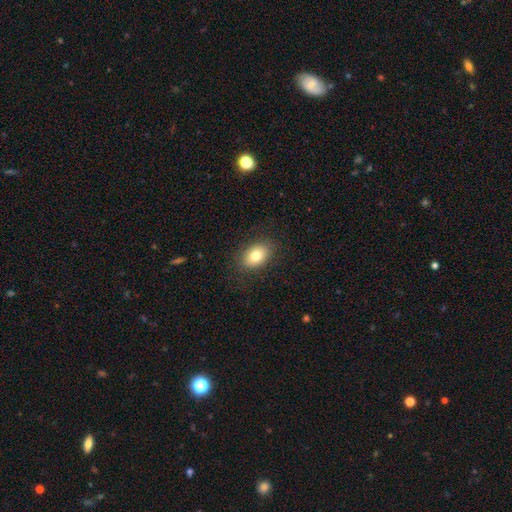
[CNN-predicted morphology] Smooth or featured: smooth — 79% (featured or disk — 12%)
How rounded: in between — 82% (round — 17%)
Merging: none — 86% (minor disturbance — 10%)